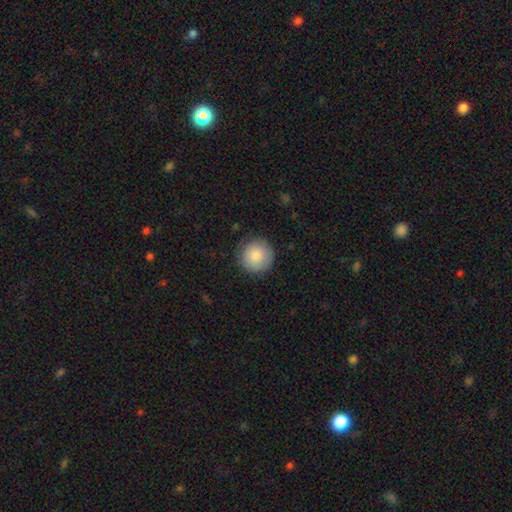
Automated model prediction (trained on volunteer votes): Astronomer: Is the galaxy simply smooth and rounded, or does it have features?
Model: smooth — 82%.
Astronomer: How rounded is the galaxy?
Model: round — 96%.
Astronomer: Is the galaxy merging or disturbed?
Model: none — 86%.